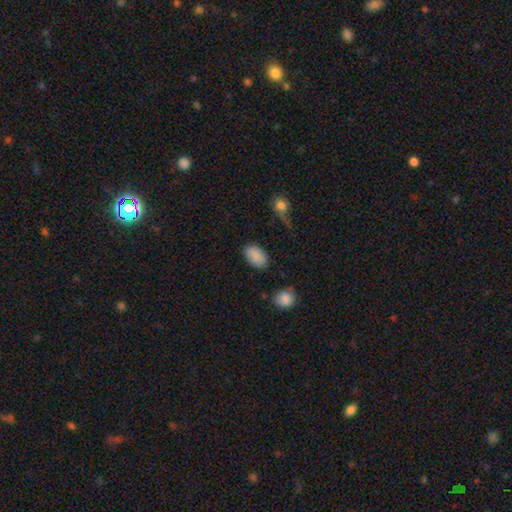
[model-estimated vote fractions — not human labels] Morphology: type=smooth (88%); roundness=in between (92%); merging=none (79%).